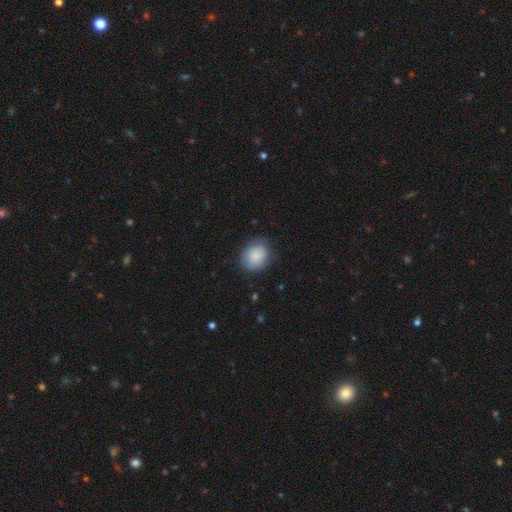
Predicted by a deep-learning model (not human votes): Q: Smooth or featured?
A: smooth (85%); runner-up: featured or disk (8%)
Q: How rounded?
A: round (65%); runner-up: in between (34%)
Q: Merging?
A: none (80%); runner-up: minor disturbance (15%)